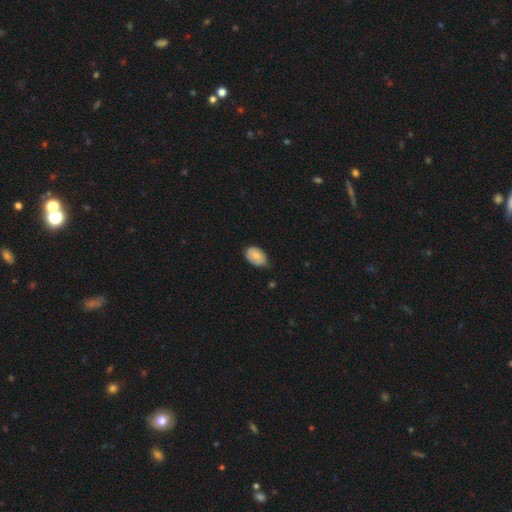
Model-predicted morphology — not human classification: Smooth or featured? Predicted: smooth (p=0.73). How rounded? Predicted: in between (p=0.85). Merging? Predicted: none (p=0.58).